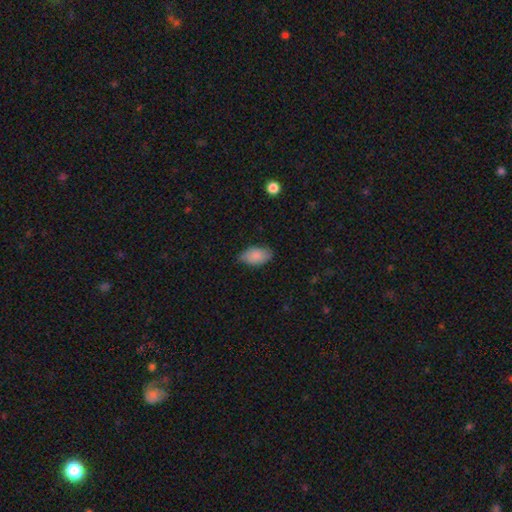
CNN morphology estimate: smooth 85%, featured or disk 8%, star or artifact 7%. Down the decision tree: how rounded — in between (93%); merging — none (70%).